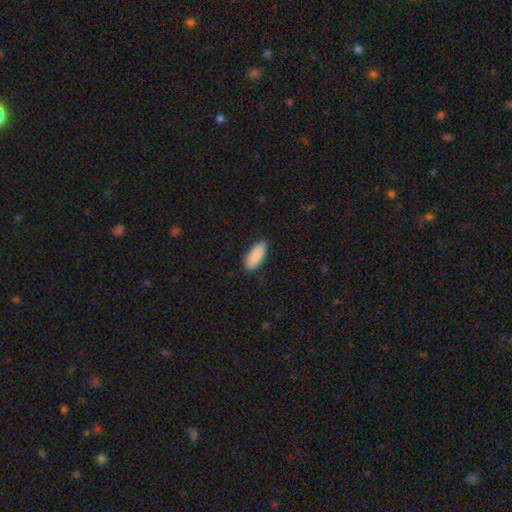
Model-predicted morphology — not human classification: Smooth or featured? smooth (90%)
How rounded? in between (85%)
Merging? none (86%)